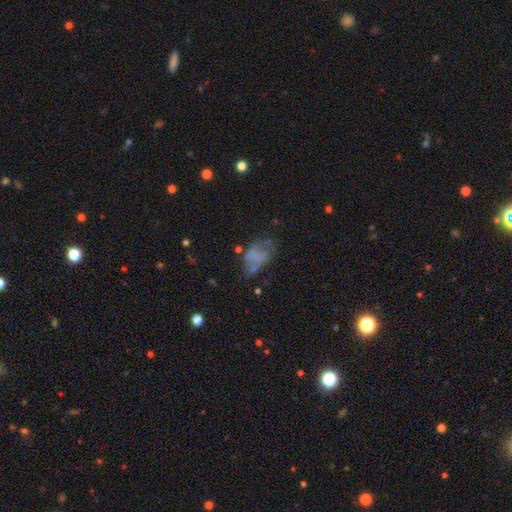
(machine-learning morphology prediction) featured or disk 44%, smooth 42%, star or artifact 14%. Down the decision tree: merging — none (38%).